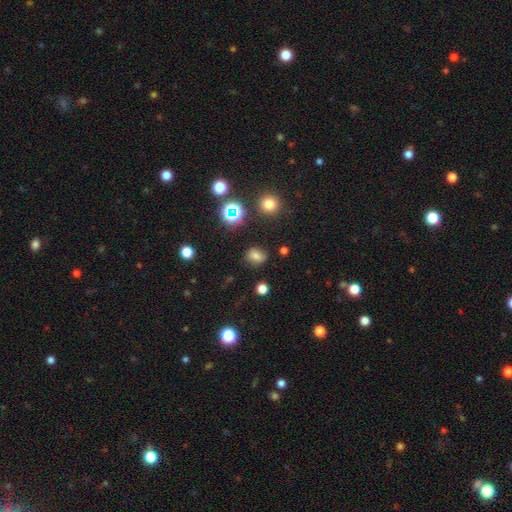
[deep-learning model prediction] Smooth or featured?
  - smooth: 70% *
  - star or artifact: 21%
  - featured or disk: 9%
How rounded?
  - round: 55% *
  - in between: 43%
  - cigar-shaped: 1%
Merging?
  - none: 82% *
  - minor disturbance: 12%
  - major disturbance: 4%
  - merger: 2%